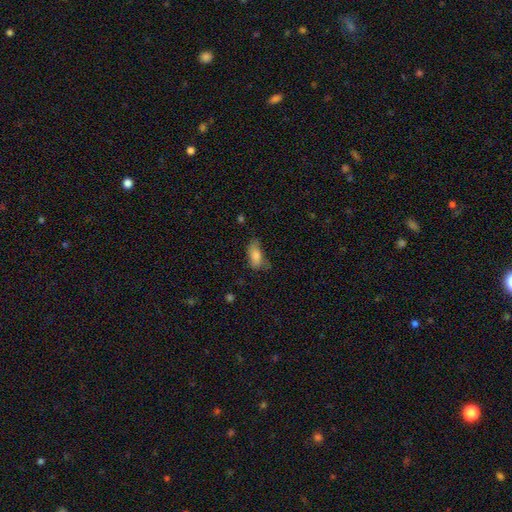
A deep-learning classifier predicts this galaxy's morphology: Smooth or featured: smooth — 79% (featured or disk — 13%)
How rounded: in between — 85% (cigar-shaped — 11%)
Merging: none — 47% (minor disturbance — 34%)